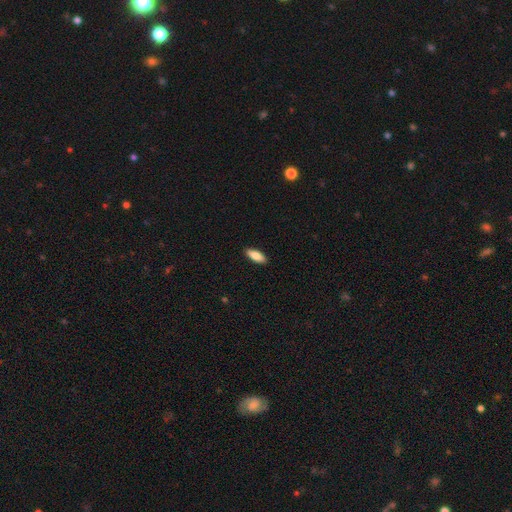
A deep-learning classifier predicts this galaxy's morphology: A smooth galaxy with no disk features (85%) that is in between round and cigar-shaped (73%).

Vote fractions:
- Smooth or featured? smooth: 85% / featured or disk: 10% / star or artifact: 6%
- How rounded? in between: 73% / cigar-shaped: 25% / round: 2%
- Merging? none: 90% / minor disturbance: 8% / major disturbance: 2% / merger: 1%